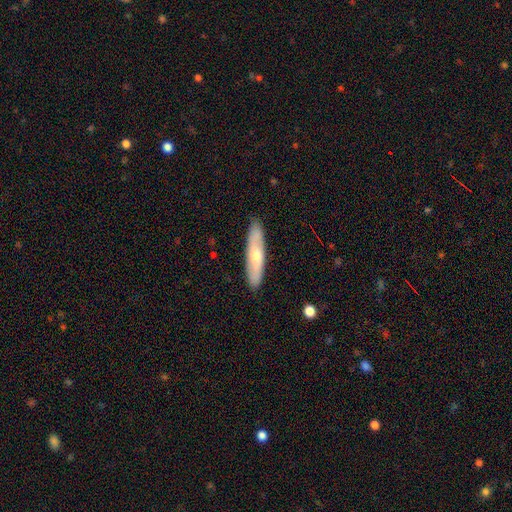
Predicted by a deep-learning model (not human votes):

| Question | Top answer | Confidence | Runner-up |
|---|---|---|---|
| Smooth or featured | smooth | 54% | featured or disk (41%) |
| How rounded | cigar-shaped | 79% | in between (19%) |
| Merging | none | 89% | minor disturbance (8%) |